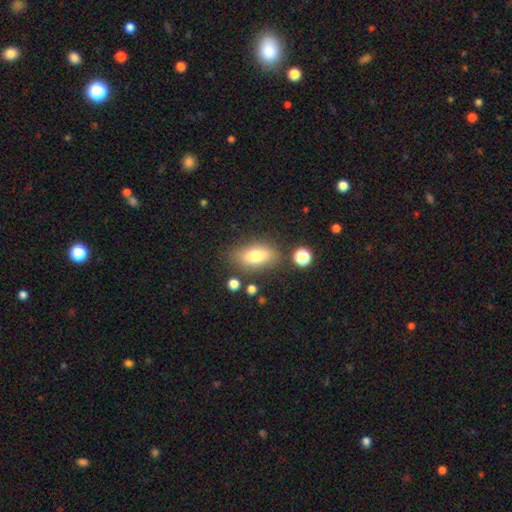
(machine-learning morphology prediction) type=smooth (74%); roundness=in between (82%); merging=none (76%).